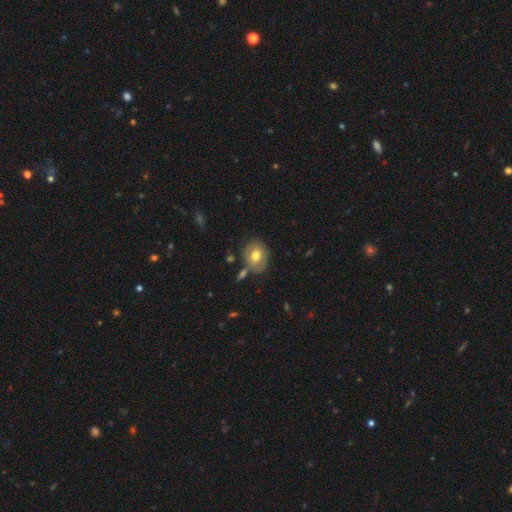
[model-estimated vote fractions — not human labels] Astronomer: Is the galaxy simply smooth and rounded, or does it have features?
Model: smooth — 68%.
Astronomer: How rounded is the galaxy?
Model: round — 55% (runner-up: in between, 44%).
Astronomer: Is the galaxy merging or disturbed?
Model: none — 73%.